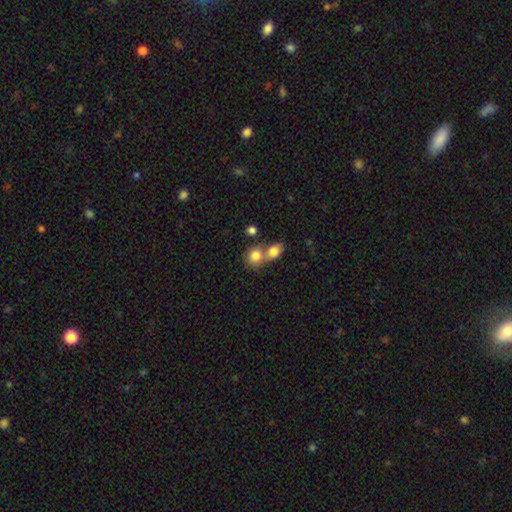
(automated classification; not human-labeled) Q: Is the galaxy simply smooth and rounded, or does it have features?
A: smooth — 81%.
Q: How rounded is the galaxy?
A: round — 73%.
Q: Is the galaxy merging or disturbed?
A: merger — 55%.